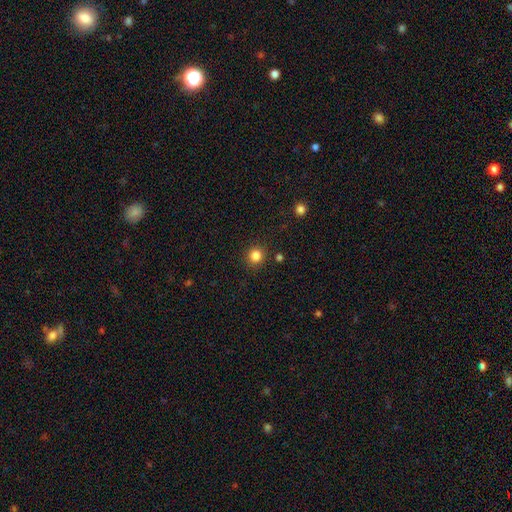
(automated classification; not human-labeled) Overall: smooth (84%). How rounded: round (92%). Merging: none (90%).